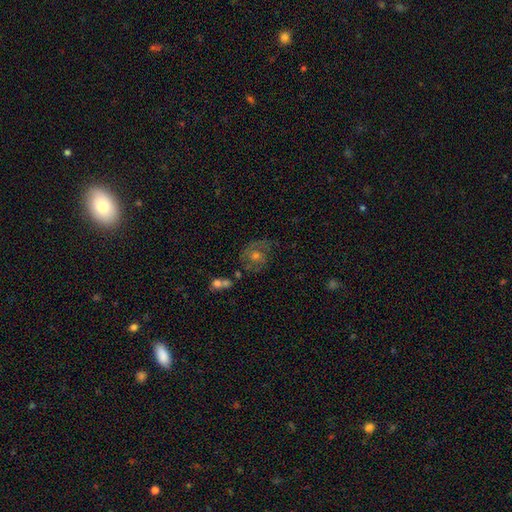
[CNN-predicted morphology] Q: Smooth or featured?
A: featured or disk (57%); runner-up: smooth (26%)
Q: Edge-on disk?
A: no (96%); runner-up: yes (4%)
Q: Bar?
A: no (76%); runner-up: weak (20%)
Q: Spiral arms?
A: yes (74%); runner-up: no (26%)
Q: Bulge size?
A: moderate (63%); runner-up: small (29%)
Q: Merging?
A: none (65%); runner-up: minor disturbance (19%)